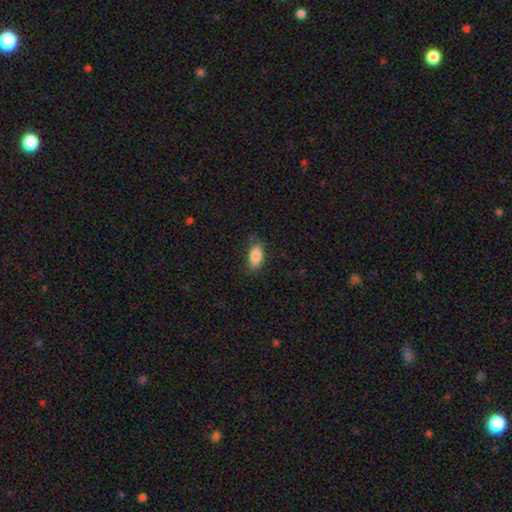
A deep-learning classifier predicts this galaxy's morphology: type=smooth (84%); roundness=in between (90%); merging=none (78%).